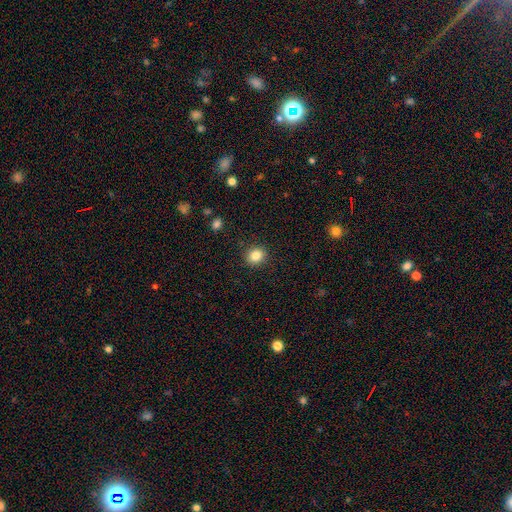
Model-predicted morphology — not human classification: type=smooth (84%); roundness=round (80%); merging=none (90%).